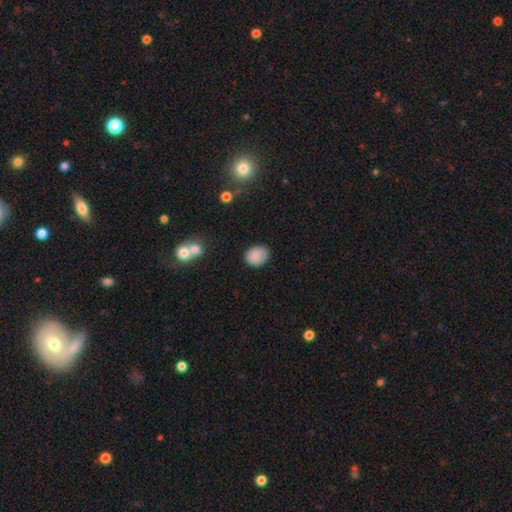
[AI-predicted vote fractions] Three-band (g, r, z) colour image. It shows a smooth galaxy with no disk features (87%) that is in between round and cigar-shaped (52%). Merging: none (81%).